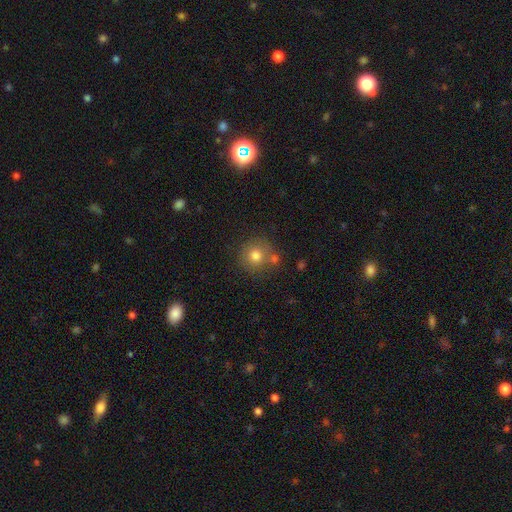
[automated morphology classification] The model was most divided on "merging": none: 67%, merger: 17%, minor disturbance: 12%, major disturbance: 4%. More confident: how rounded — round (92%); smooth or featured — smooth (77%).